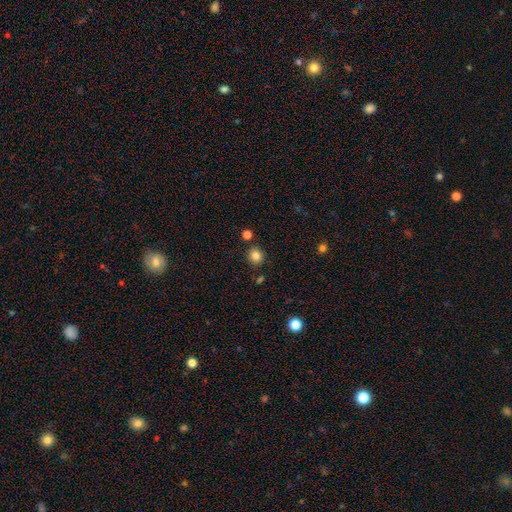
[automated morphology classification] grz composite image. It shows a smooth galaxy with no disk features (83%) that is round (86%). Merging: none (85%).